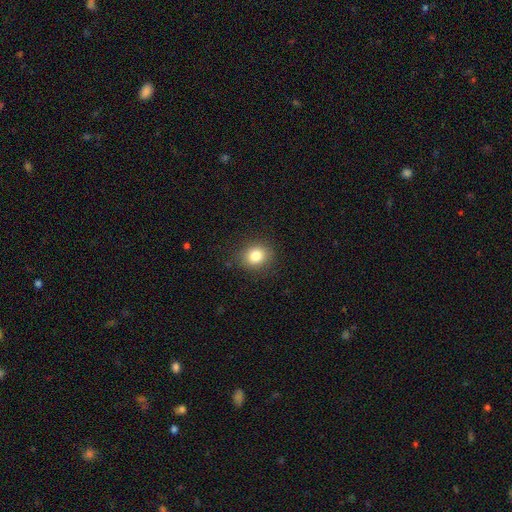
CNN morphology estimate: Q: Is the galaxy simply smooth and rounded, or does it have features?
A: smooth — 82%.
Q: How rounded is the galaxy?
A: round — 73%.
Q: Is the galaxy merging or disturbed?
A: none — 86%.